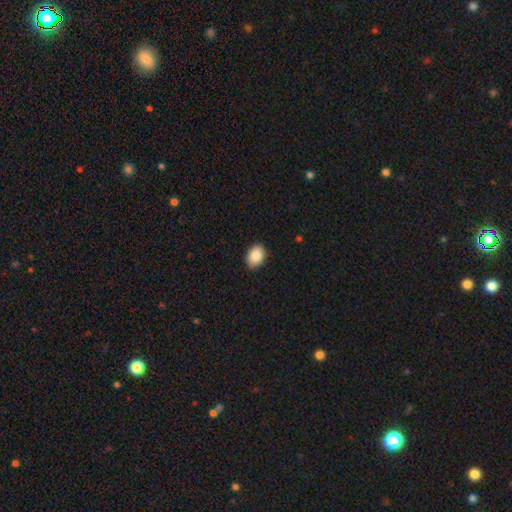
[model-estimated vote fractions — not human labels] smooth_or_featured: smooth (p=0.88) [alt: star or artifact p=0.07]
how_rounded: in between (p=0.79) [alt: round p=0.20]
merging: none (p=0.86) [alt: minor disturbance p=0.11]